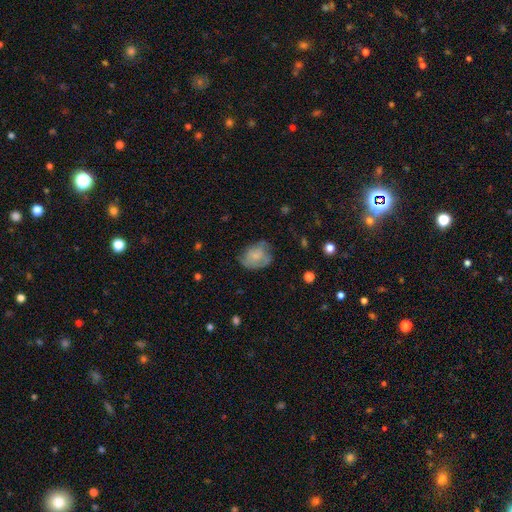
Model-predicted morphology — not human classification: A smooth galaxy with no disk features (67%) that is in between round and cigar-shaped (61%).

Vote fractions:
- Smooth or featured? smooth: 67% / featured or disk: 25% / star or artifact: 8%
- How rounded? in between: 61% / round: 38% / cigar-shaped: 1%
- Merging? none: 51% / minor disturbance: 32% / major disturbance: 15% / merger: 2%